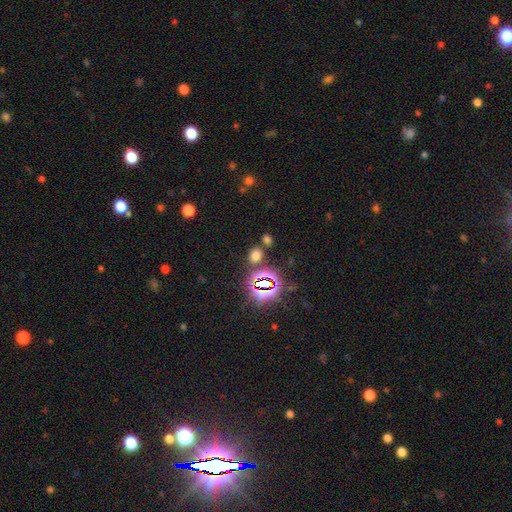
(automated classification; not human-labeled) Smooth or featured? Predicted: smooth (p=0.56). How rounded? Predicted: in between (p=0.60). Merging? Predicted: none (p=0.76).